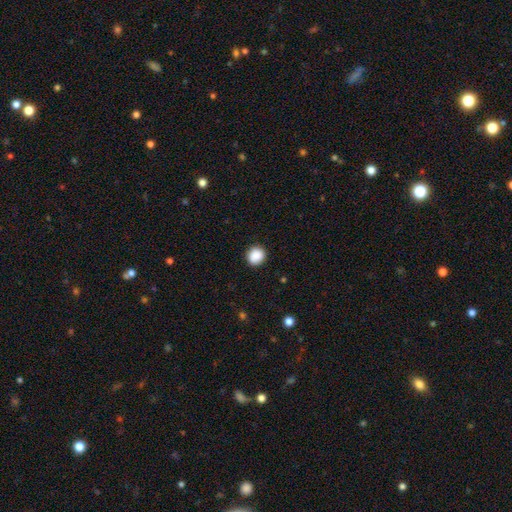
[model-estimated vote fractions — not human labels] A smooth galaxy with no disk features (89%) that is round (84%).

Vote fractions:
- Smooth or featured? smooth: 89% / star or artifact: 9% / featured or disk: 3%
- How rounded? round: 84% / in between: 15% / cigar-shaped: 1%
- Merging? none: 89% / minor disturbance: 8% / major disturbance: 2% / merger: 1%